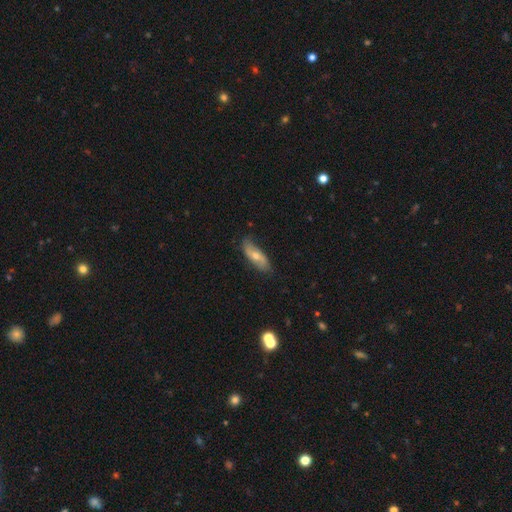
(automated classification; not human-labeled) A smooth galaxy with no disk features (49%). Merging: none (73%).